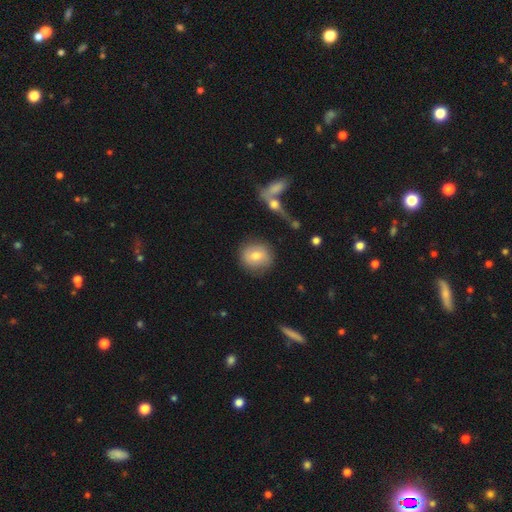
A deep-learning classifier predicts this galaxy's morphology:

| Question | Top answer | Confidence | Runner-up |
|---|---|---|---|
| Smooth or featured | smooth | 71% | featured or disk (21%) |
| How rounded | round | 81% | in between (18%) |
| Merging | none | 82% | minor disturbance (11%) |